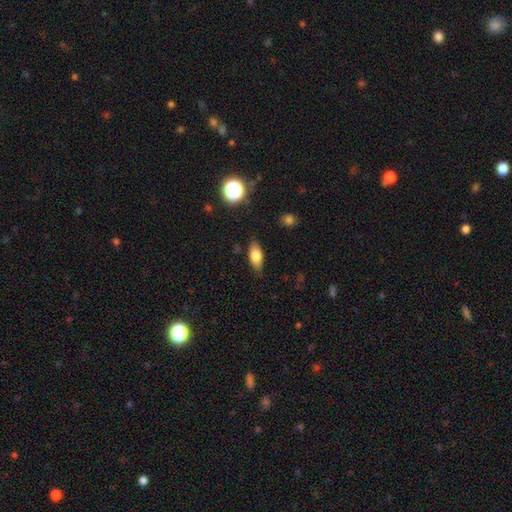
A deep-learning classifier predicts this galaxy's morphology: Q: Smooth or featured?
A: smooth (76%); runner-up: featured or disk (15%)
Q: How rounded?
A: in between (79%); runner-up: cigar-shaped (17%)
Q: Merging?
A: none (82%); runner-up: minor disturbance (14%)